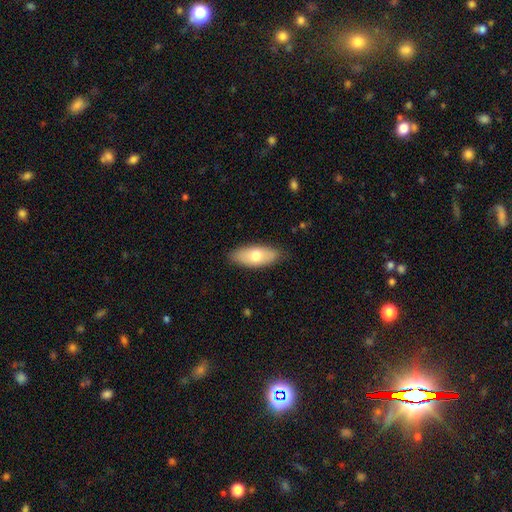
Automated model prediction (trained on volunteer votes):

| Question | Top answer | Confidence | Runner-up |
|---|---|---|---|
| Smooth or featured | smooth | 70% | featured or disk (24%) |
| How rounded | in between | 82% | cigar-shaped (15%) |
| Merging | none | 85% | minor disturbance (12%) |